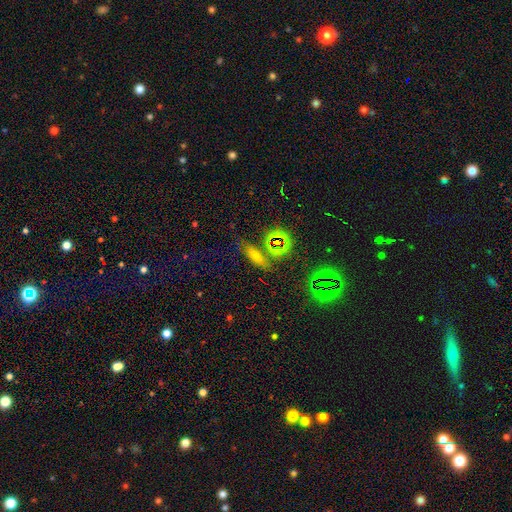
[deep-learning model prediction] smooth_or_featured: smooth (p=0.44) [alt: star or artifact p=0.35]
merging: none (p=0.75) [alt: minor disturbance p=0.13]